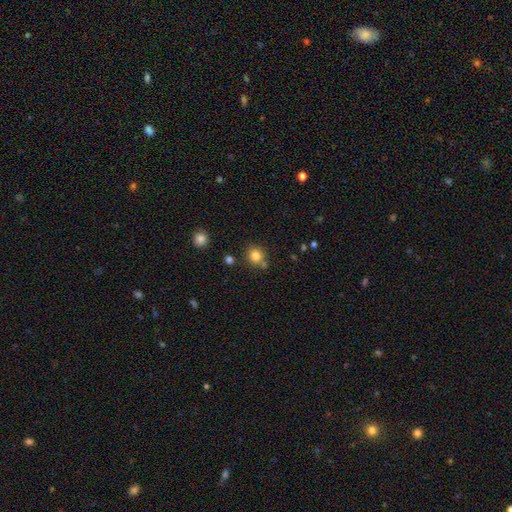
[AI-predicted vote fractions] A smooth galaxy with no disk features (82%) that is round (85%). Merging: none (74%).